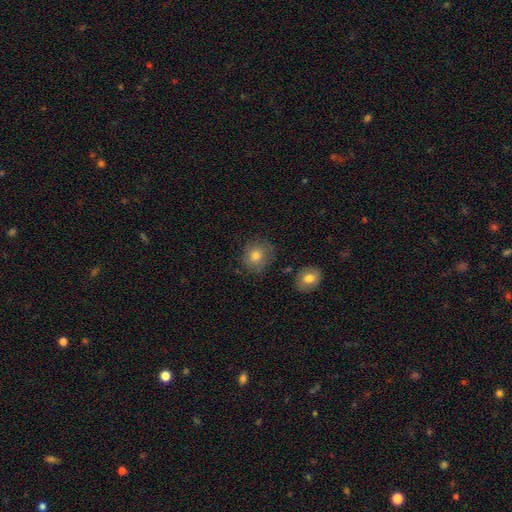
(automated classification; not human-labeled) Smooth or featured? smooth (76%)
How rounded? round (79%)
Merging? none (76%)